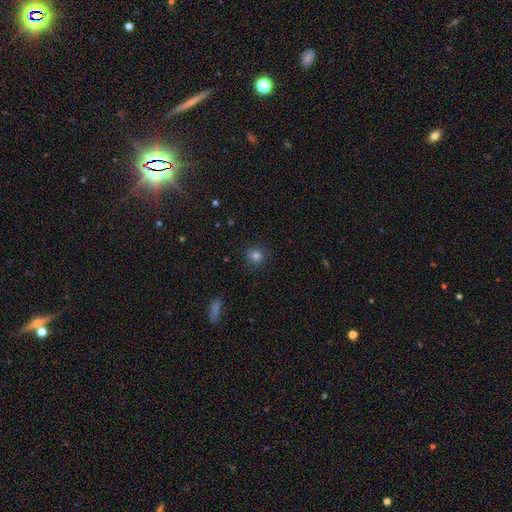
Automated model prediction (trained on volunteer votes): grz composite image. It shows a smooth galaxy with no disk features (80%) that is round (91%). Merging: none (87%).